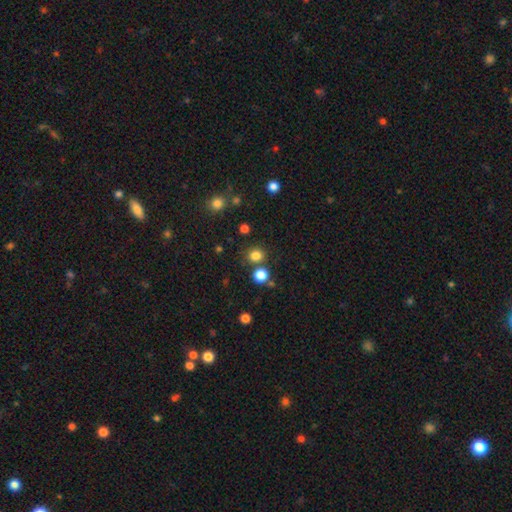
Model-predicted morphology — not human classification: smooth-or-featured: smooth: 81% | star or artifact: 15% | featured or disk: 4%
  how-rounded: round: 83% | in between: 16% | cigar-shaped: 1%
  merging: none: 78% | merger: 11% | minor disturbance: 8% | major disturbance: 3%